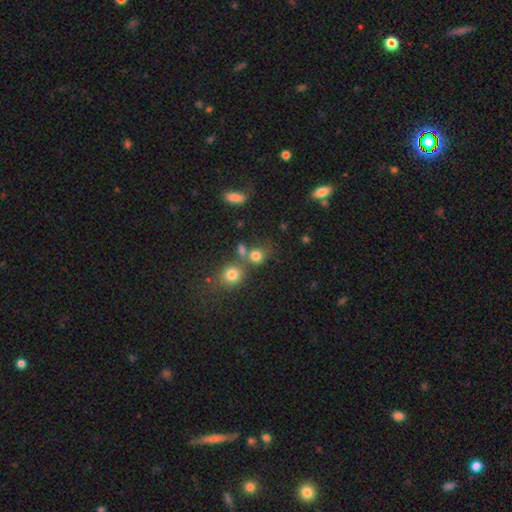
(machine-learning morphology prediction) Smooth or featured? Predicted: smooth (p=0.78). How rounded? Predicted: round (p=0.74). Merging? Predicted: none (p=0.51).